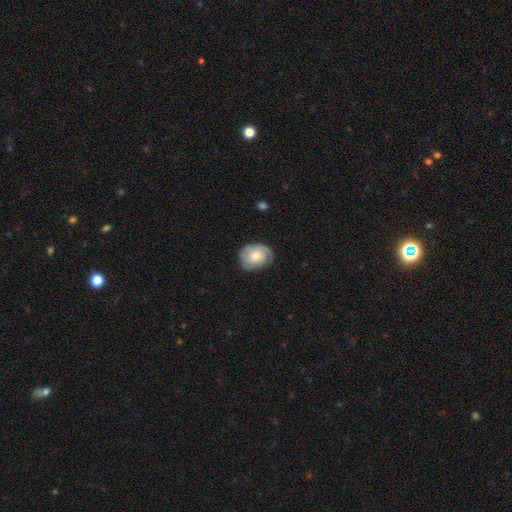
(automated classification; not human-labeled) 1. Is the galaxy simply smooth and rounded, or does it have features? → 55% featured or disk, 38% smooth, 6% star or artifact.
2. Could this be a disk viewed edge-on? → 97% no, 3% yes.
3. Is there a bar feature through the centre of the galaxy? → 77% no, 20% weak, 3% strong.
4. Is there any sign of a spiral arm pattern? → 87% yes, 13% no.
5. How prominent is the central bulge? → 58% moderate, 20% small, 17% large, 3% none, 2% dominant.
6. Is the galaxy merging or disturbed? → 75% none, 18% minor disturbance, 5% major disturbance, 1% merger.